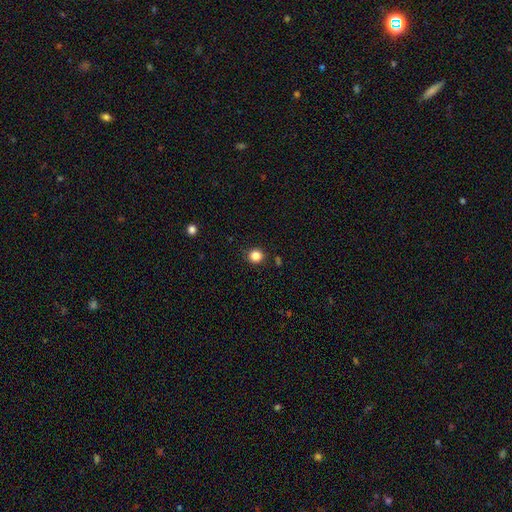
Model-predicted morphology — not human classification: Smooth or featured: smooth — 85% (star or artifact — 11%)
How rounded: round — 92% (in between — 7%)
Merging: none — 90% (minor disturbance — 7%)